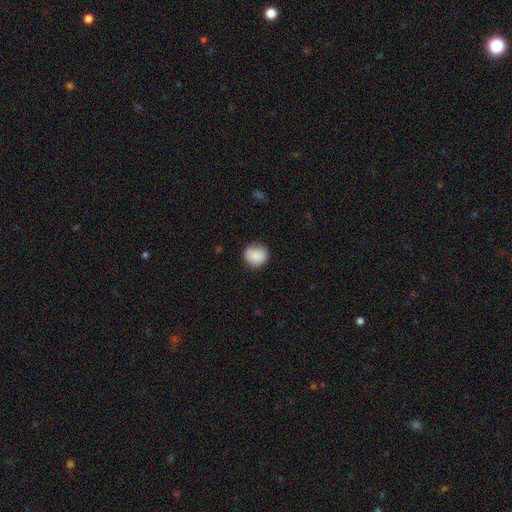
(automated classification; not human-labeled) A smooth galaxy with no disk features (87%) that is round (81%).

Vote fractions:
- Smooth or featured? smooth: 87% / star or artifact: 8% / featured or disk: 6%
- How rounded? round: 81% / in between: 18% / cigar-shaped: 1%
- Merging? none: 78% / minor disturbance: 17% / major disturbance: 4% / merger: 1%